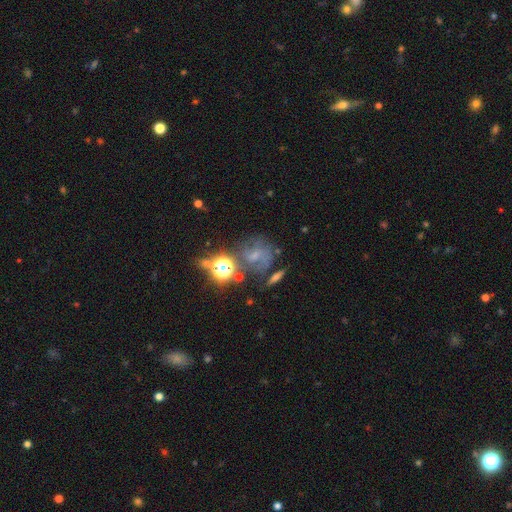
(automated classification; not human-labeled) This is marginally a featured or disk galaxy (41%). Merging: possibly none (53%).